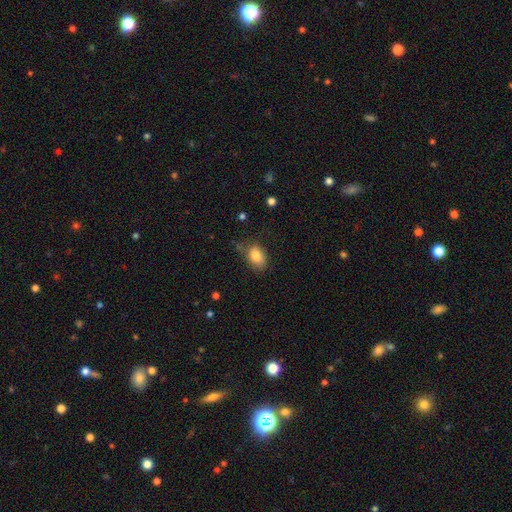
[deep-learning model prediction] smooth-or-featured: smooth: 83% | featured or disk: 9% | star or artifact: 8%
  how-rounded: in between: 83% | round: 15% | cigar-shaped: 1%
  merging: none: 60% | minor disturbance: 28% | major disturbance: 8% | merger: 3%